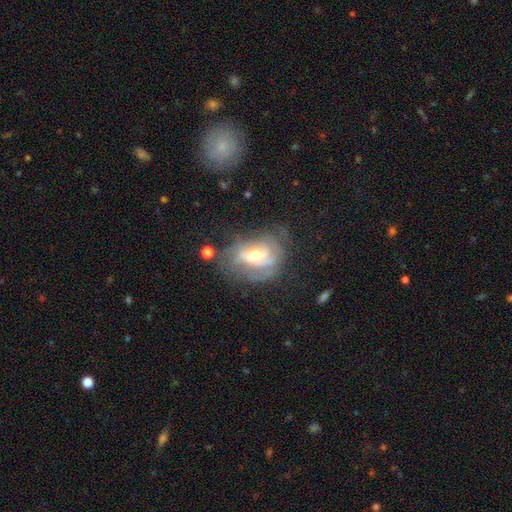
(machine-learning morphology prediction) Smooth or featured: featured or disk — 67% (smooth — 24%)
Edge-on disk: no — 94% (yes — 6%)
Bar: no — 42% (weak — 39%)
Spiral arms: yes — 62% (no — 38%)
Bulge size: moderate — 69% (small — 15%)
Merging: none — 47% (minor disturbance — 25%)